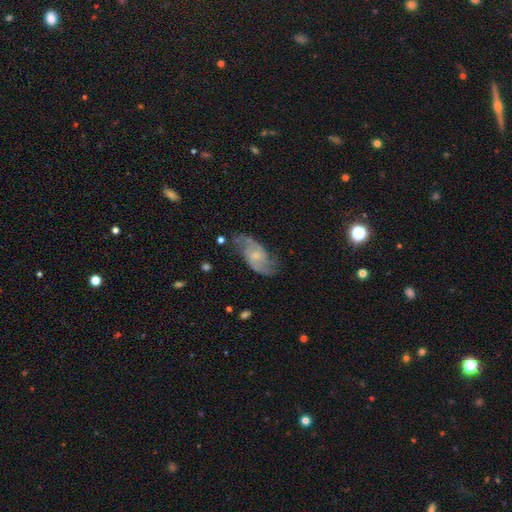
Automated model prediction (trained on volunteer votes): This appears to be a featured or disk galaxy (80%) with a weak bar (46%), 2 (88%) medium (47%) spiral arms (95%) and a small central bulge (50%). Merging: none (71%).